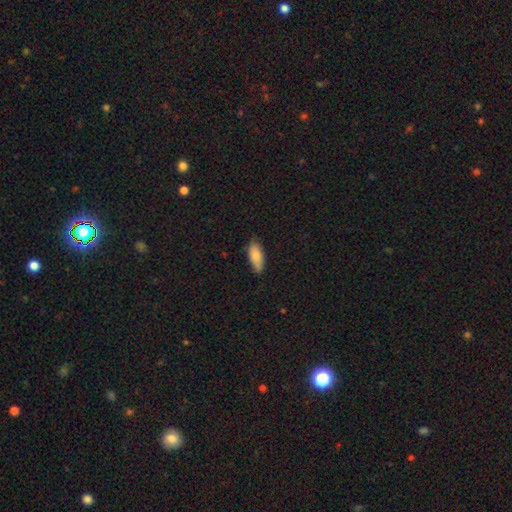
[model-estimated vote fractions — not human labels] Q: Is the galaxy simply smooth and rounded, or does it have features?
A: smooth — 83%.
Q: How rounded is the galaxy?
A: in between — 81%.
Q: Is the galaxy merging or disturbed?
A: none — 76%.